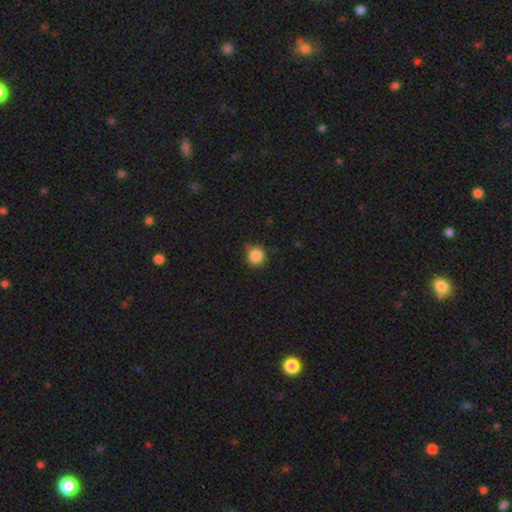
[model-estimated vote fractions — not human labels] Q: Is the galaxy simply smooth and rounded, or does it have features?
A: smooth — 85%.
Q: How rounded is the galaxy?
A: round — 94%.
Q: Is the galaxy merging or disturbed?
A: none — 80%.